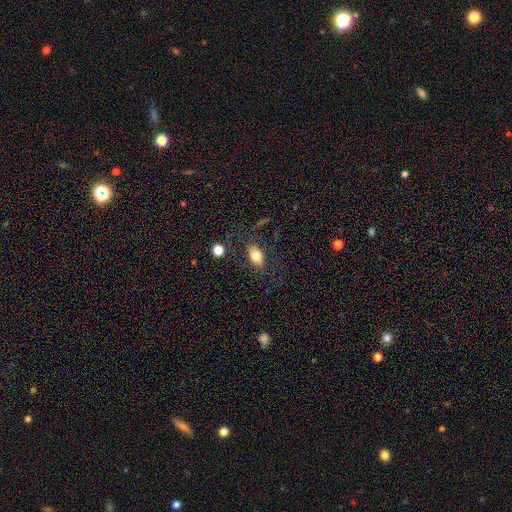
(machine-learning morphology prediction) Smooth or featured? smooth (78%)
How rounded? in between (83%)
Merging? none (77%)